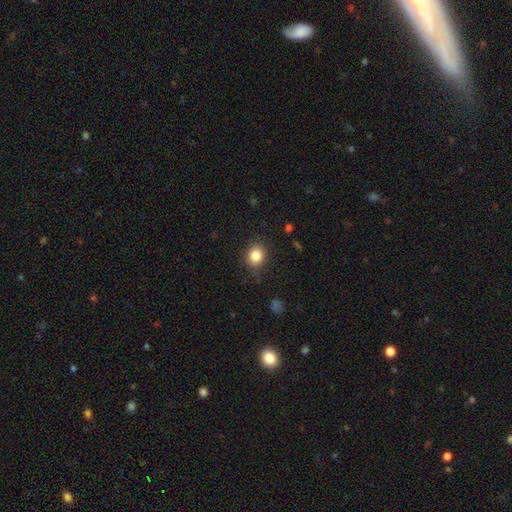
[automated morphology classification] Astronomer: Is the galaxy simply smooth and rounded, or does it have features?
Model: smooth — 84%.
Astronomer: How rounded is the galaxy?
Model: round — 67%.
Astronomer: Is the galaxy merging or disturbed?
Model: none — 84%.